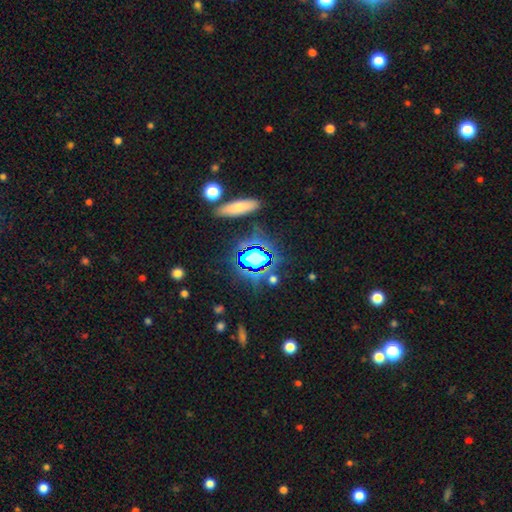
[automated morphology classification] Overall: star or artifact (63%).